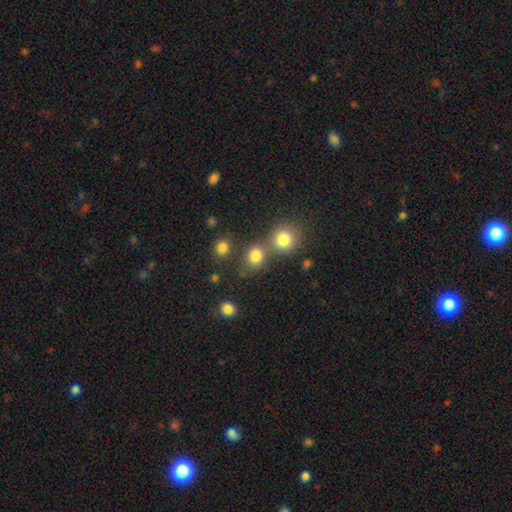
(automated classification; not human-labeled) This appears to be a smooth galaxy with no disk features (81%) that is round (72%). Merging: none (54%).